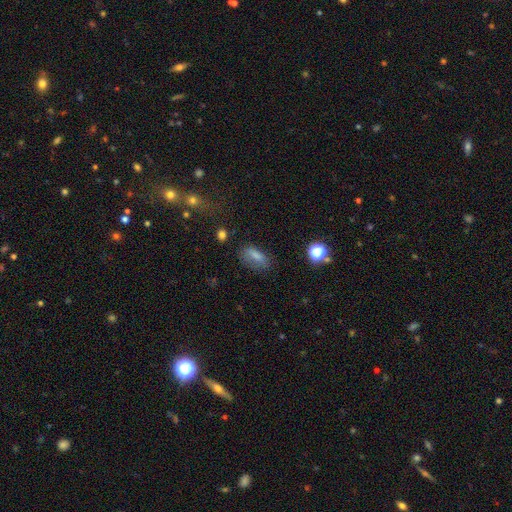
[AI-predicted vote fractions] The model was most divided on "merging": none: 59%, minor disturbance: 26%, major disturbance: 13%, merger: 3%. More confident: how rounded — in between (84%); smooth or featured — smooth (75%).